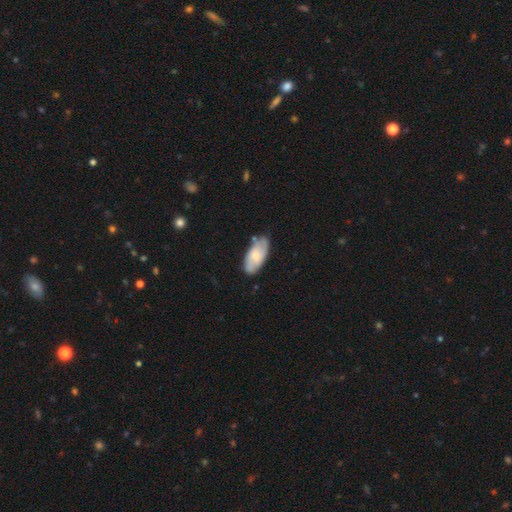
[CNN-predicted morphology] Q: Smooth or featured?
A: smooth (62%); runner-up: featured or disk (32%)
Q: How rounded?
A: in between (89%); runner-up: cigar-shaped (9%)
Q: Merging?
A: none (67%); runner-up: minor disturbance (25%)